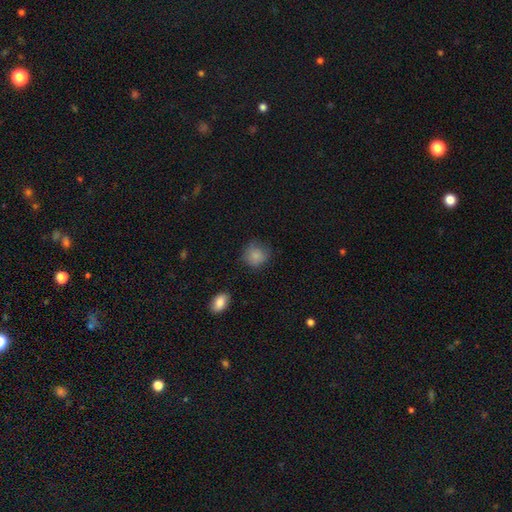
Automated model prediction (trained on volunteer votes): This is clearly a smooth galaxy (85%). How rounded: clearly round (85%). Merging: likely none (72%).